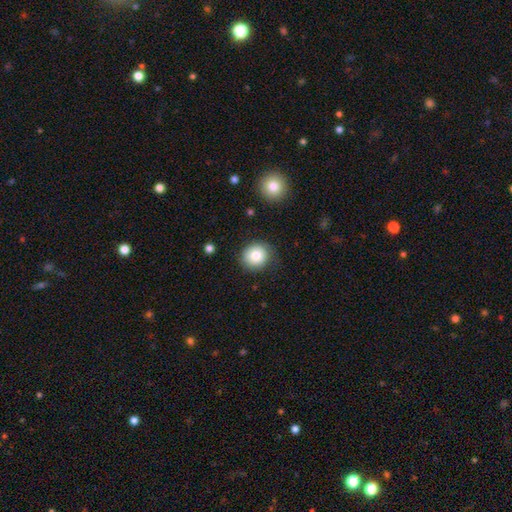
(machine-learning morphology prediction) A smooth galaxy with no disk features (80%) that is round (88%). Merging: none (83%).